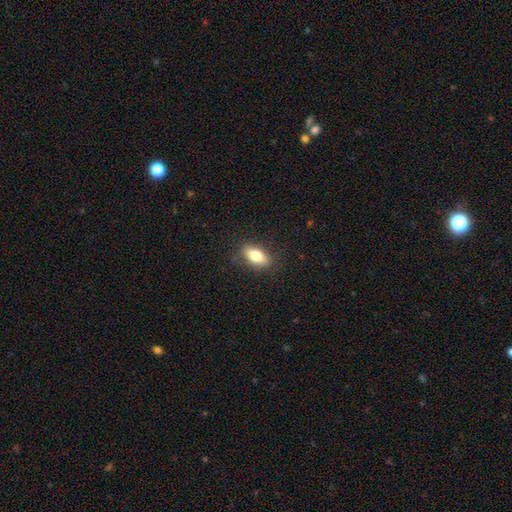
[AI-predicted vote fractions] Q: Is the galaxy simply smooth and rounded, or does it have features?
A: smooth — 77%.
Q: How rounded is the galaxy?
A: in between — 85%.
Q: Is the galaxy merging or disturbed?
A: none — 85%.